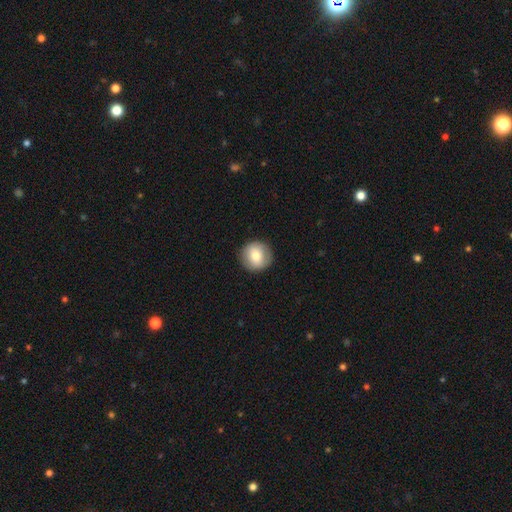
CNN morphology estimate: Smooth or featured? smooth (75%)
How rounded? round (93%)
Merging? none (90%)